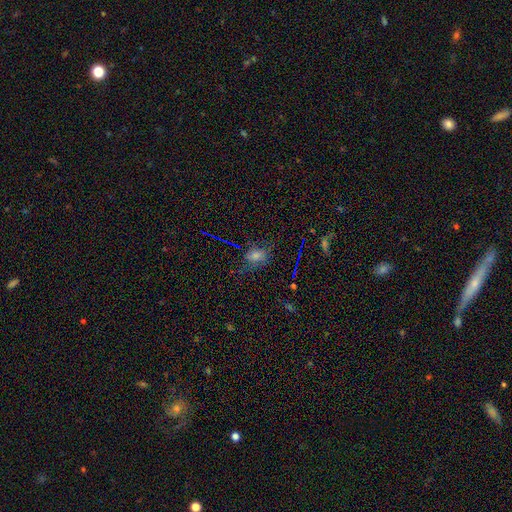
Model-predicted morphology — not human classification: Smooth or featured? Predicted: smooth (p=0.50). How rounded? Predicted: in between (p=0.63). Merging? Predicted: none (p=0.59).